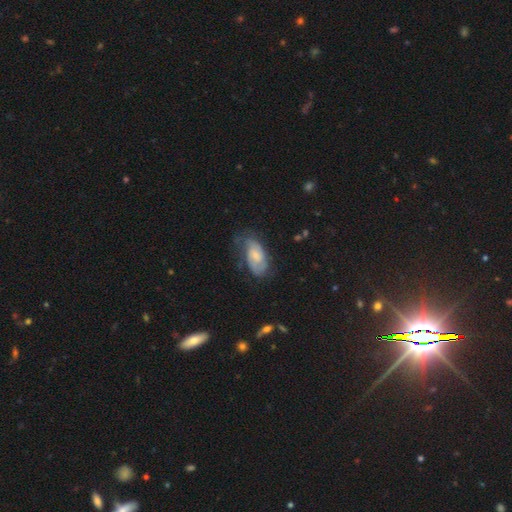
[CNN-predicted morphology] featured or disk 57%, smooth 35%, star or artifact 7%. Down the decision tree: edge-on disk — no (95%); bar — no (65%); spiral arms — yes (84%); bulge size — small (44%); merging — none (53%).